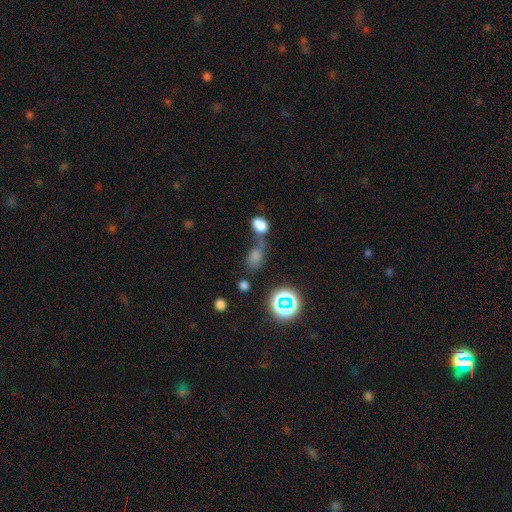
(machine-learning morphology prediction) This appears to be a smooth galaxy with no disk features (70%) that is in between round and cigar-shaped (80%). Merging: merger (48%).